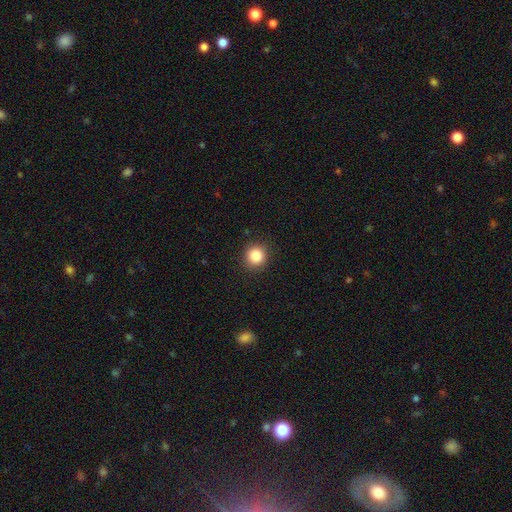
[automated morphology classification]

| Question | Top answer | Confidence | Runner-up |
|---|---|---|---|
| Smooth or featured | smooth | 85% | star or artifact (11%) |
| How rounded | round | 91% | in between (8%) |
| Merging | none | 90% | minor disturbance (7%) |